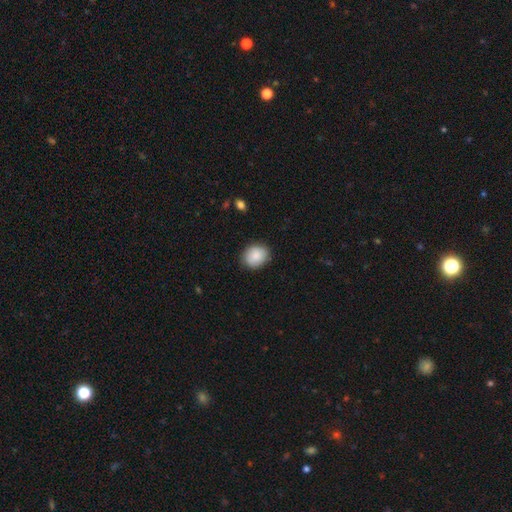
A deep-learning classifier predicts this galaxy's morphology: This is clearly a smooth galaxy (88%). How rounded: possibly round (58%). Merging: clearly none (86%).